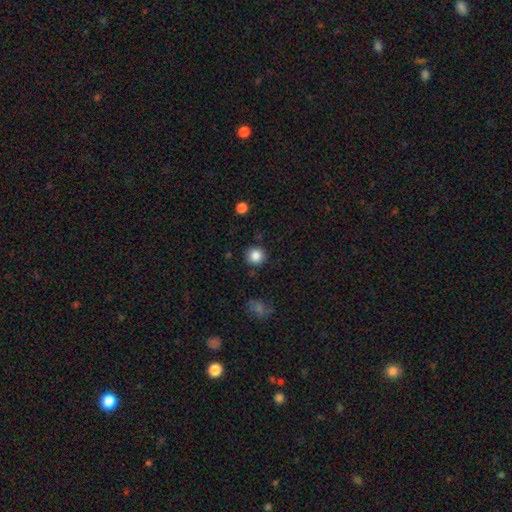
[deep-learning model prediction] Smooth or featured?
  - smooth: 85% *
  - star or artifact: 10%
  - featured or disk: 4%
How rounded?
  - round: 94% *
  - in between: 5%
  - cigar-shaped: 1%
Merging?
  - none: 88% *
  - minor disturbance: 7%
  - merger: 2%
  - major disturbance: 2%